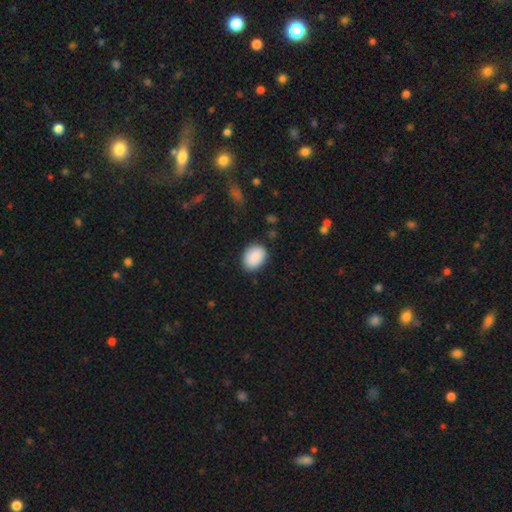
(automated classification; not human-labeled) A smooth galaxy with no disk features (90%) that is in between round and cigar-shaped (72%). Merging: none (84%).